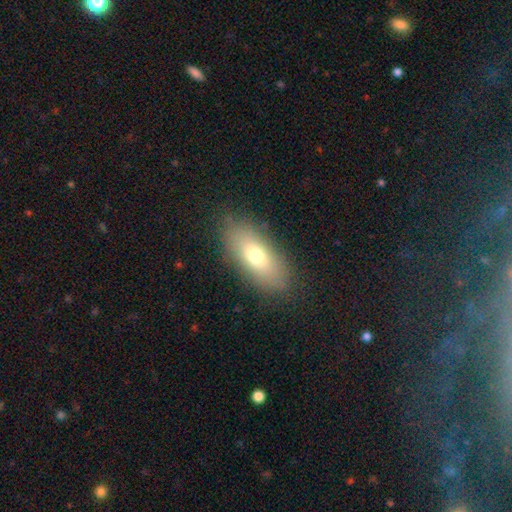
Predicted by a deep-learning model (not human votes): smooth_or_featured: smooth (p=0.71) [alt: featured or disk p=0.20]
how_rounded: in between (p=0.81) [alt: cigar-shaped p=0.14]
merging: none (p=0.85) [alt: minor disturbance p=0.11]